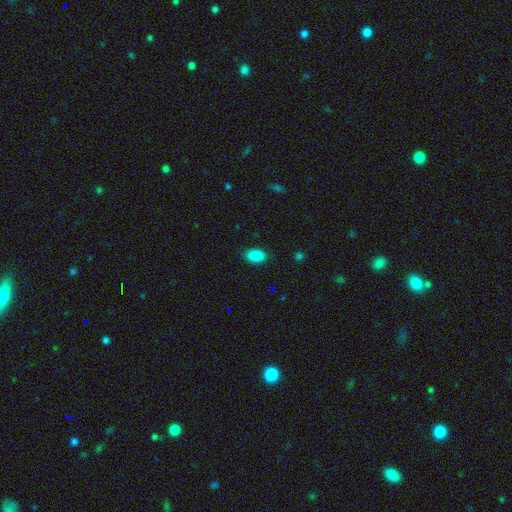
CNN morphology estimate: smooth-or-featured: smooth: 88% | star or artifact: 9% | featured or disk: 3%
  how-rounded: in between: 89% | round: 10% | cigar-shaped: 2%
  merging: none: 87% | minor disturbance: 10% | major disturbance: 3% | merger: 1%